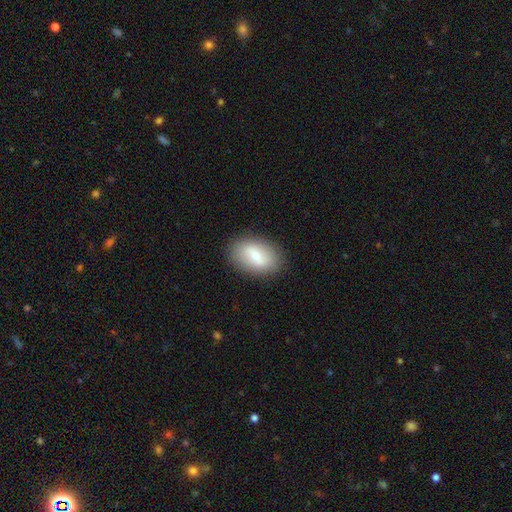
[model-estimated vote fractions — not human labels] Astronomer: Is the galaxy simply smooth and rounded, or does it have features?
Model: smooth — 65%.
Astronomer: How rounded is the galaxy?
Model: in between — 88%.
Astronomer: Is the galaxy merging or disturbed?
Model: none — 86%.